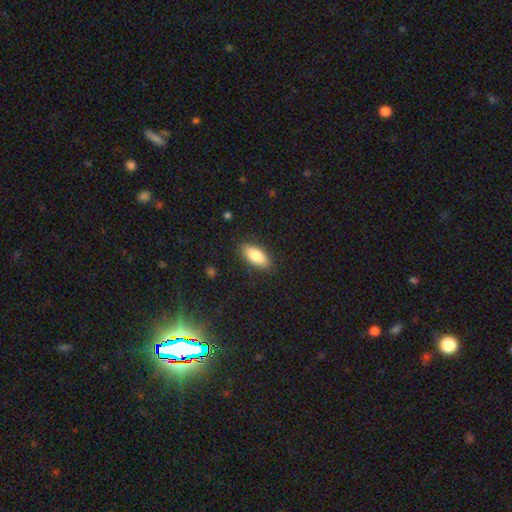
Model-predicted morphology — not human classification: Overall: smooth (84%). How rounded: in between (85%). Merging: none (87%).